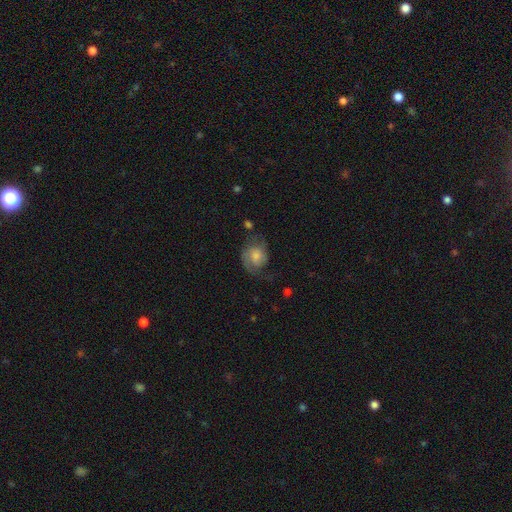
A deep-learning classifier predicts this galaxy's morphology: Smooth or featured: featured or disk — 51% (smooth — 41%)
Edge-on disk: no — 97% (yes — 3%)
Merging: none — 52% (minor disturbance — 27%)